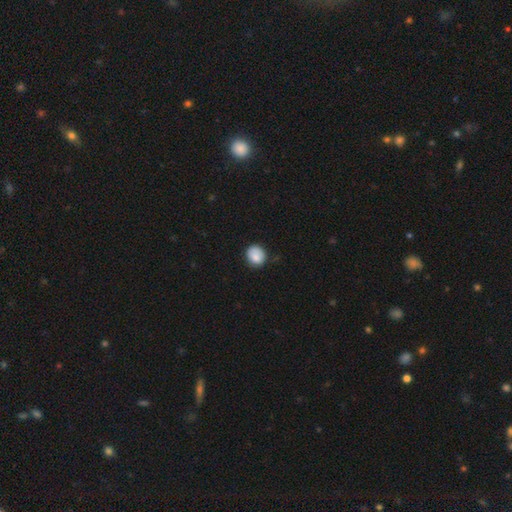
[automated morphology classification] smooth-or-featured: smooth: 82% | featured or disk: 10% | star or artifact: 8%
  how-rounded: round: 72% | in between: 27% | cigar-shaped: 1%
  merging: none: 71% | minor disturbance: 23% | major disturbance: 4% | merger: 2%